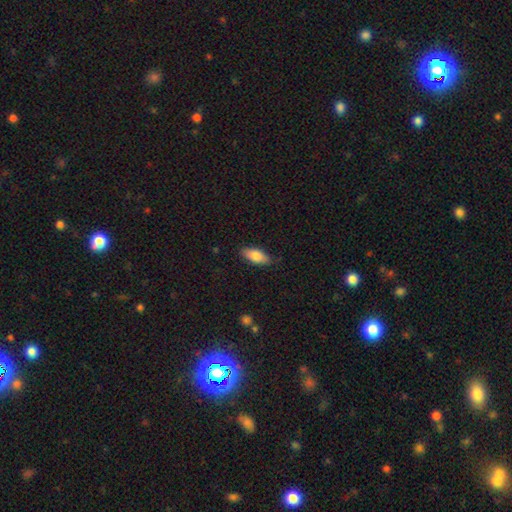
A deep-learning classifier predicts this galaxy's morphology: Q: Smooth or featured?
A: smooth (81%); runner-up: featured or disk (13%)
Q: How rounded?
A: in between (83%); runner-up: cigar-shaped (14%)
Q: Merging?
A: none (83%); runner-up: minor disturbance (13%)